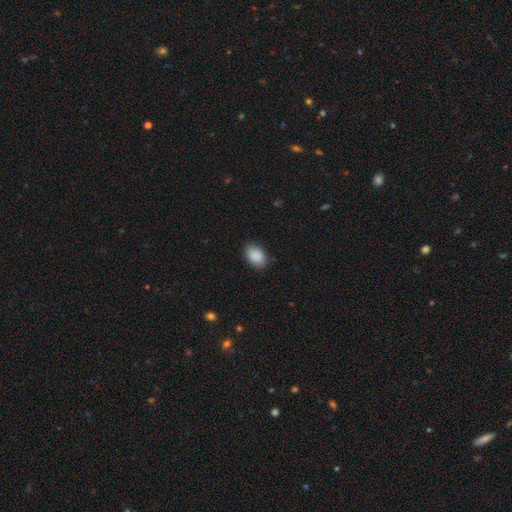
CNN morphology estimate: Smooth or featured: smooth — 90% (star or artifact — 7%)
How rounded: in between — 85% (round — 14%)
Merging: none — 86% (minor disturbance — 11%)